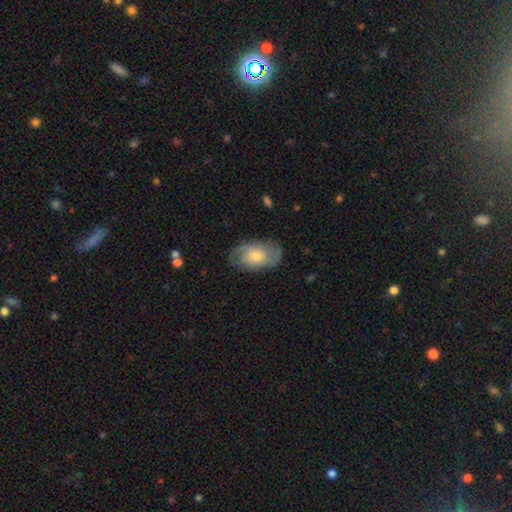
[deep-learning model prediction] A featured or disk galaxy (63%) with no bar (75%), 2 (60%) tight (43%) spiral arms (84%) and a moderate central bulge (55%). Merging: none (74%).